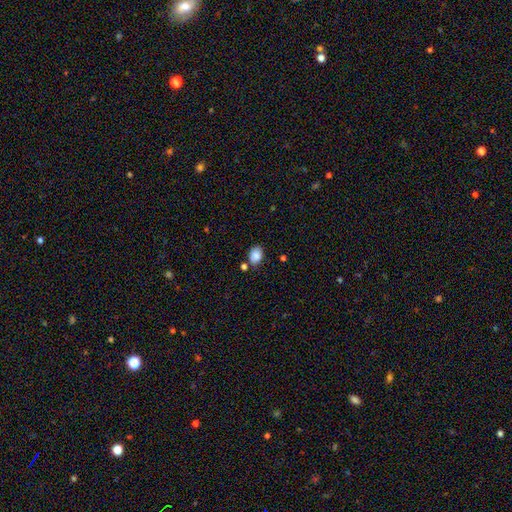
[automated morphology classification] This is clearly a smooth galaxy (85%). How rounded: likely in between (76%). Merging: likely none (72%).